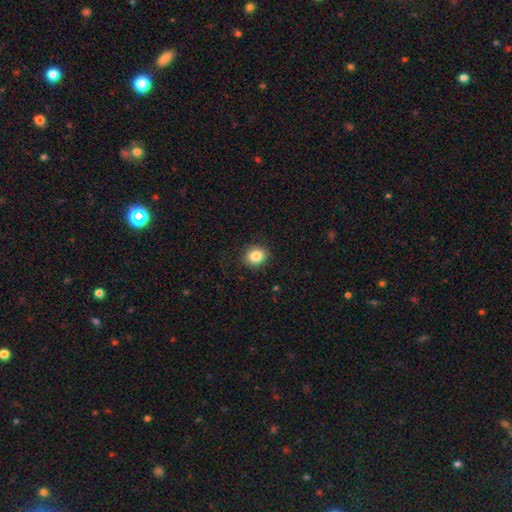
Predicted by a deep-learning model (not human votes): smooth-or-featured: smooth: 84% | star or artifact: 10% | featured or disk: 6%
  how-rounded: round: 69% | in between: 30% | cigar-shaped: 1%
  merging: none: 87% | minor disturbance: 9% | major disturbance: 3% | merger: 1%